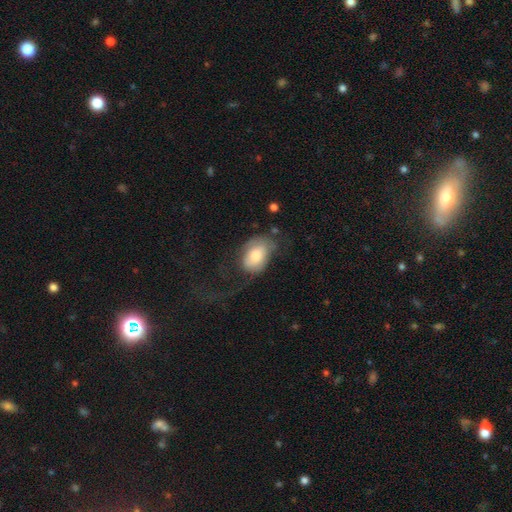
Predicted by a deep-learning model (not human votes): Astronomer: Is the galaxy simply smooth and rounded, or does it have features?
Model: smooth — 68%.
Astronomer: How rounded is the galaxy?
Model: in between — 88%.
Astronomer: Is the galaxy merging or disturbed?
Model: none — 41% (runner-up: major disturbance, 31%).